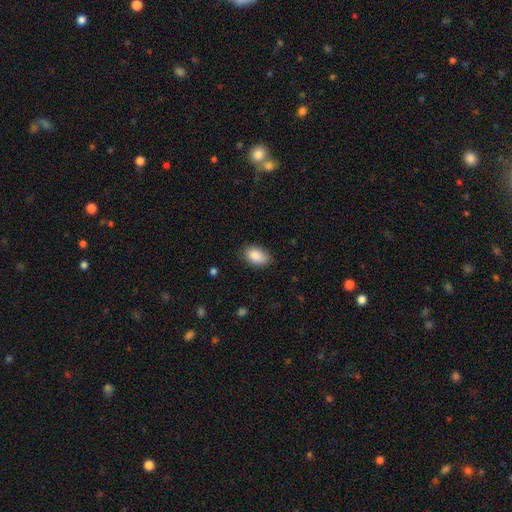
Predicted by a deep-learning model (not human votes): A smooth galaxy with no disk features (88%) that is in between round and cigar-shaped (93%). Merging: none (83%).